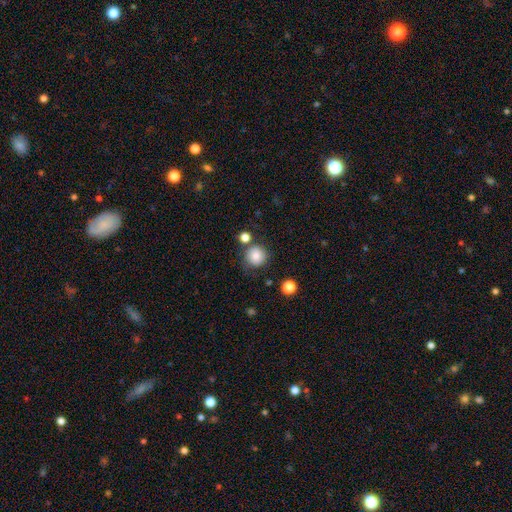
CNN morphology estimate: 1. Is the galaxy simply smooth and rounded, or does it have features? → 82% smooth, 10% star or artifact, 7% featured or disk.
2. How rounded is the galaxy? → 93% round, 6% in between, 1% cigar-shaped.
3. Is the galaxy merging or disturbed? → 74% none, 13% minor disturbance, 8% merger, 5% major disturbance.